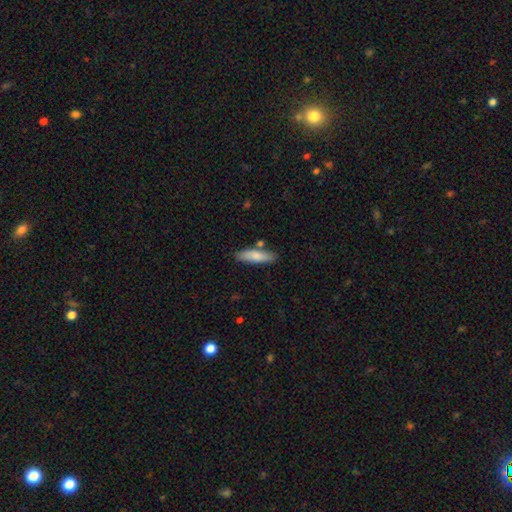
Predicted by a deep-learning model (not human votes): Q: Smooth or featured?
A: smooth (81%); runner-up: featured or disk (13%)
Q: How rounded?
A: cigar-shaped (59%); runner-up: in between (39%)
Q: Merging?
A: none (77%); runner-up: minor disturbance (13%)